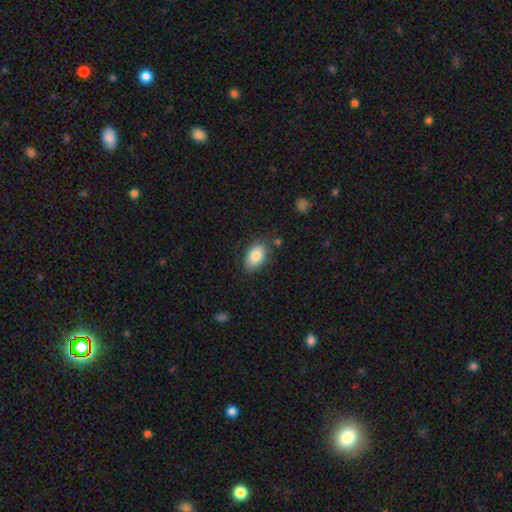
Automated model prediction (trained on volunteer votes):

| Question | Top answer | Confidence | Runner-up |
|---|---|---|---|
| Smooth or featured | smooth | 86% | featured or disk (7%) |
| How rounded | in between | 92% | round (6%) |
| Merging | none | 80% | minor disturbance (14%) |